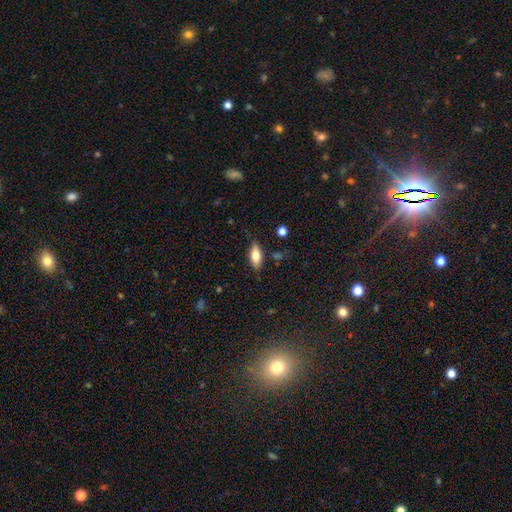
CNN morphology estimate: type=smooth (67%); roundness=in between (75%); merging=none (78%).